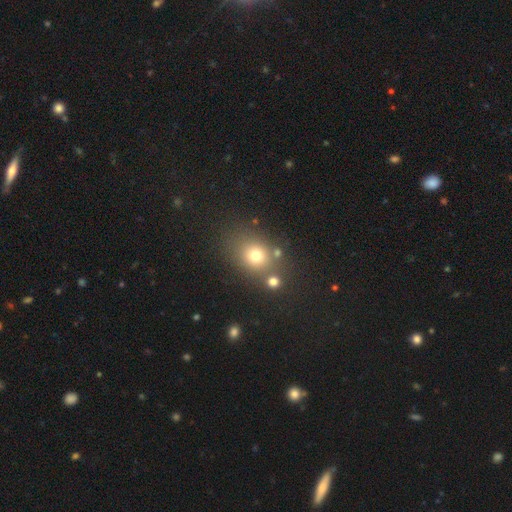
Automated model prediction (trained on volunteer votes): The model was most divided on "how rounded": round: 64%, in between: 35%, cigar-shaped: 1%. More confident: smooth or featured — smooth (71%); merging — none (69%).